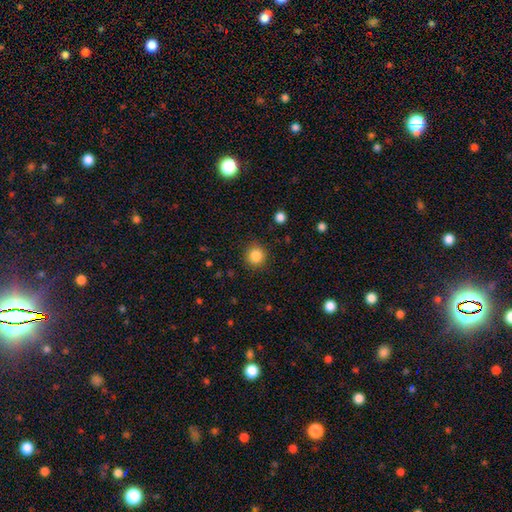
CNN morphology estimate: Smooth or featured: smooth — 86% (star or artifact — 10%)
How rounded: round — 92% (in between — 7%)
Merging: none — 88% (minor disturbance — 8%)